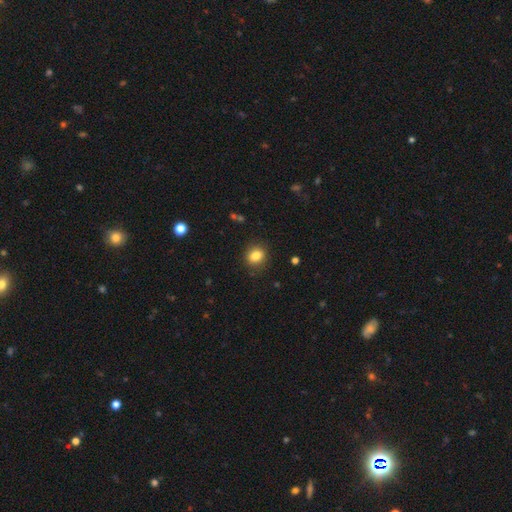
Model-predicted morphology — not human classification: smooth_or_featured: smooth (p=0.84) [alt: star or artifact p=0.10]
how_rounded: round (p=0.61) [alt: in between p=0.38]
merging: none (p=0.87) [alt: minor disturbance p=0.09]